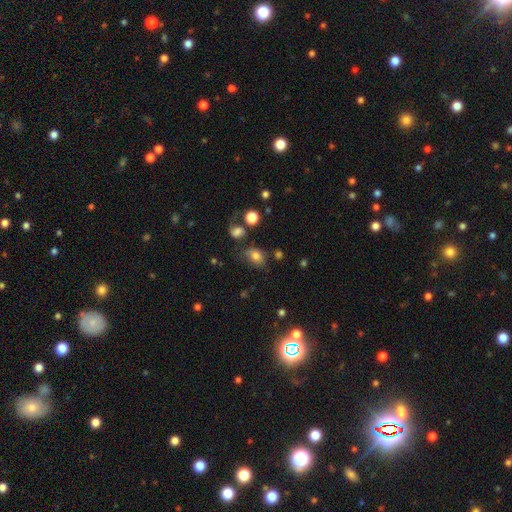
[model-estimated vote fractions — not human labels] smooth 76%, star or artifact 13%, featured or disk 11%. Down the decision tree: how rounded — in between (63%); merging — none (58%).